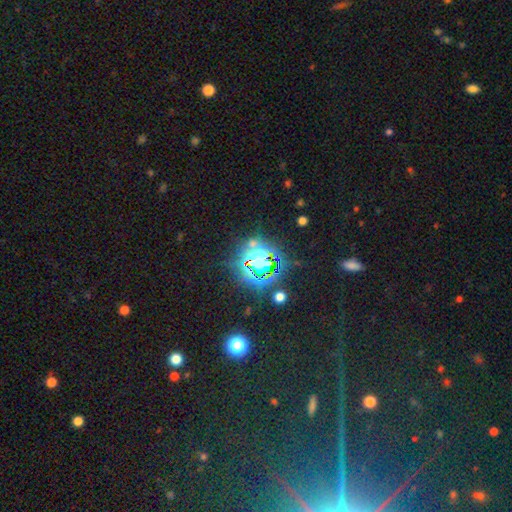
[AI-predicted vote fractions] This appears to be a star or artifact, not a galaxy (77%).